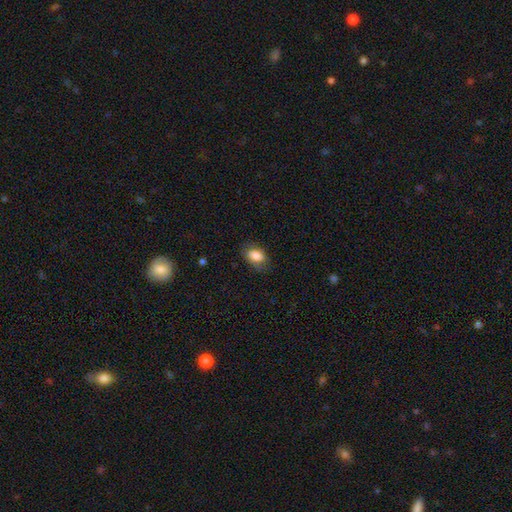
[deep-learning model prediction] A smooth galaxy with no disk features (82%) that is in between round and cigar-shaped (85%).

Vote fractions:
- Smooth or featured? smooth: 82% / featured or disk: 10% / star or artifact: 8%
- How rounded? in between: 85% / round: 14% / cigar-shaped: 1%
- Merging? none: 72% / minor disturbance: 21% / major disturbance: 6% / merger: 1%